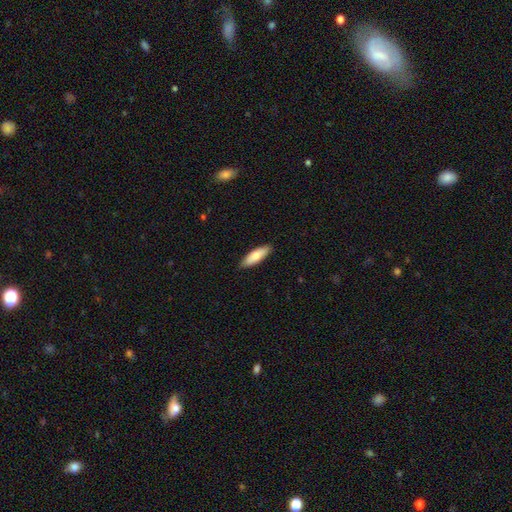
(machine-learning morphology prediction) smooth 76%, featured or disk 19%, star or artifact 5%. Down the decision tree: how rounded — in between (51%); merging — none (88%).